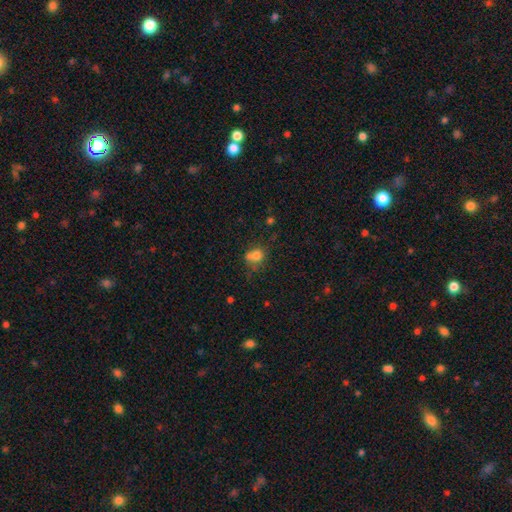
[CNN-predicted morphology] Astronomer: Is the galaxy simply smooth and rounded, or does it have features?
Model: smooth — 74%.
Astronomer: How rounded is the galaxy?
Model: round — 70%.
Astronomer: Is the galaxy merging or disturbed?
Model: none — 41% (runner-up: merger, 35%).